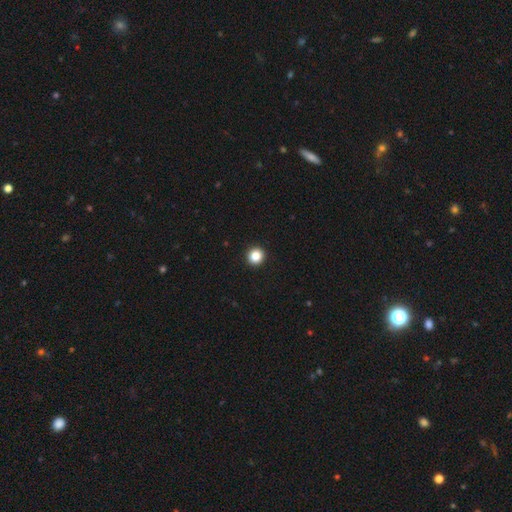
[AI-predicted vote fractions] Smooth or featured? smooth (85%)
How rounded? round (94%)
Merging? none (94%)